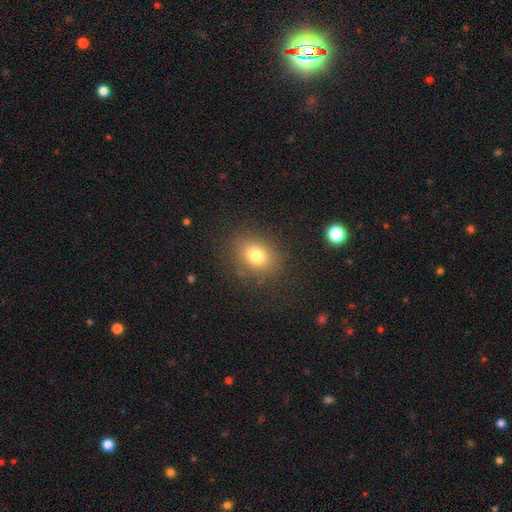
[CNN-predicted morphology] This is likely a smooth galaxy (77%). How rounded: possibly in between (52%). Merging: clearly none (84%).